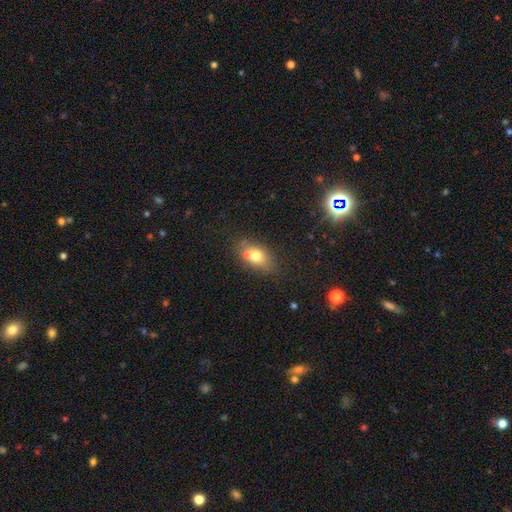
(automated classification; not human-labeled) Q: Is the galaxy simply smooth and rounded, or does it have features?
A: smooth — 71%.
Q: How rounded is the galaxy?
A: in between — 78%.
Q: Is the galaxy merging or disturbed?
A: none — 61%.